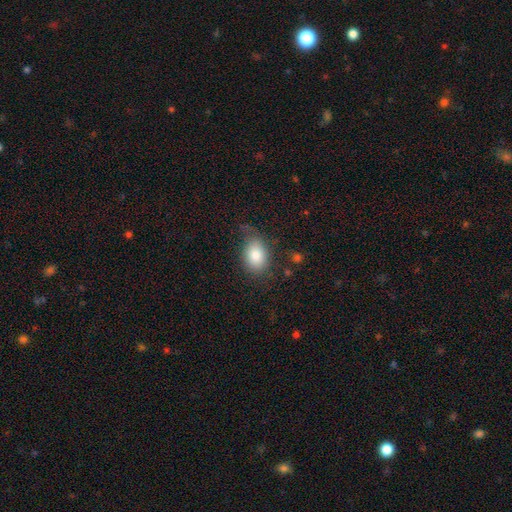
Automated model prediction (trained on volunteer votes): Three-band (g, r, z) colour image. It shows a smooth galaxy with no disk features (83%) that is in between round and cigar-shaped (77%). Merging: none (64%).